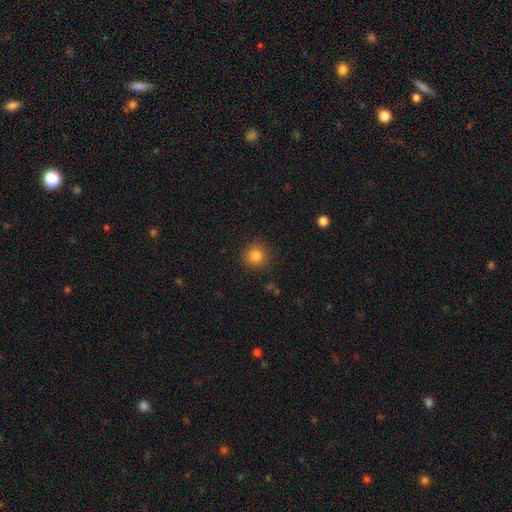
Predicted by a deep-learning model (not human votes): The model was most divided on "smooth or featured": smooth: 82%, star or artifact: 12%, featured or disk: 6%. More confident: how rounded — round (93%); merging — none (90%).